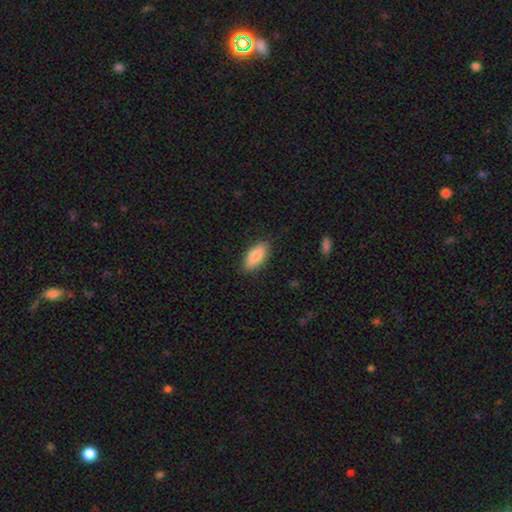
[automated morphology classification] Smooth or featured?
  - smooth: 83% *
  - featured or disk: 10%
  - star or artifact: 6%
How rounded?
  - in between: 77% *
  - cigar-shaped: 21%
  - round: 2%
Merging?
  - none: 87% *
  - minor disturbance: 10%
  - major disturbance: 2%
  - merger: 1%